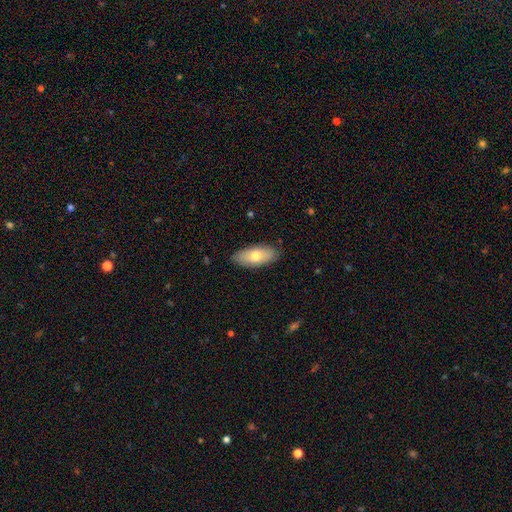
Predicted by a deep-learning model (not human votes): smooth_or_featured: smooth (p=0.71) [alt: featured or disk p=0.23]
how_rounded: in between (p=0.84) [alt: cigar-shaped p=0.13]
merging: none (p=0.86) [alt: minor disturbance p=0.11]